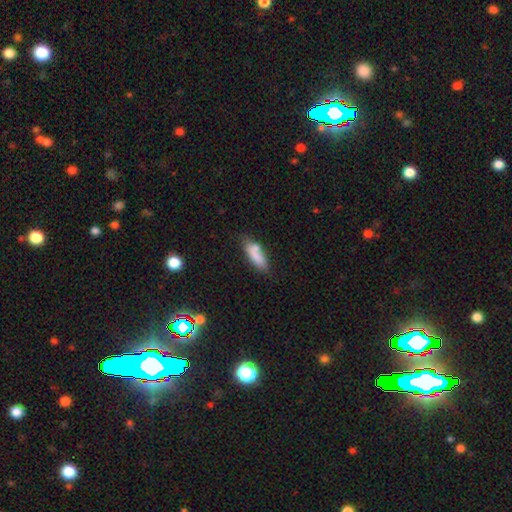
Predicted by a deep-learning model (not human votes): This is likely a smooth galaxy (78%). How rounded: possibly in between (60%). Merging: possibly none (59%).